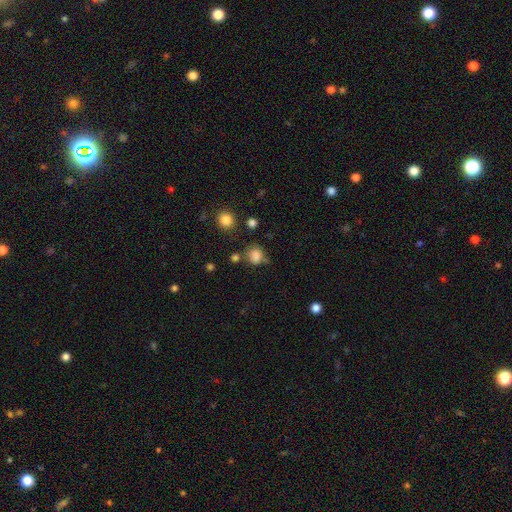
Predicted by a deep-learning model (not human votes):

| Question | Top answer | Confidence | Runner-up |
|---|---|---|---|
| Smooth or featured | smooth | 81% | star or artifact (12%) |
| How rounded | round | 74% | in between (25%) |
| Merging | none | 58% | minor disturbance (24%) |